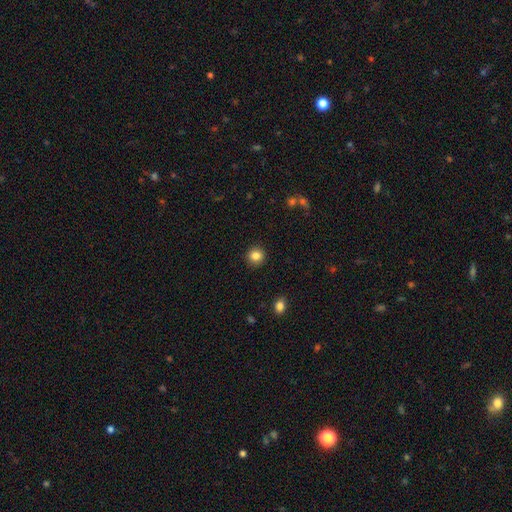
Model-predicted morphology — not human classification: smooth 85%, star or artifact 10%, featured or disk 5%. Down the decision tree: how rounded — round (90%); merging — none (91%).